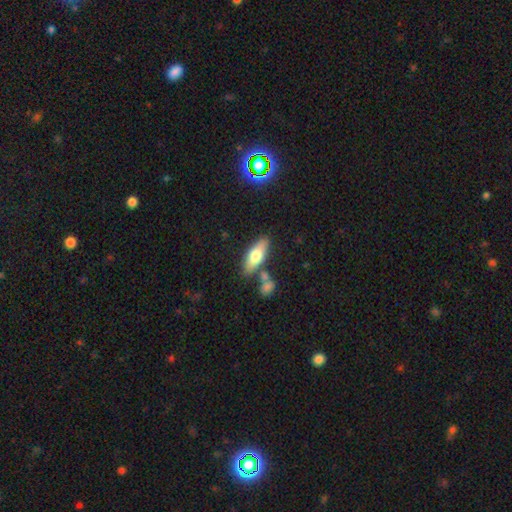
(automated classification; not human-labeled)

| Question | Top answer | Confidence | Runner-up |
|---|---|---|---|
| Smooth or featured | smooth | 69% | featured or disk (25%) |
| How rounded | in between | 68% | cigar-shaped (29%) |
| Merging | none | 72% | minor disturbance (13%) |